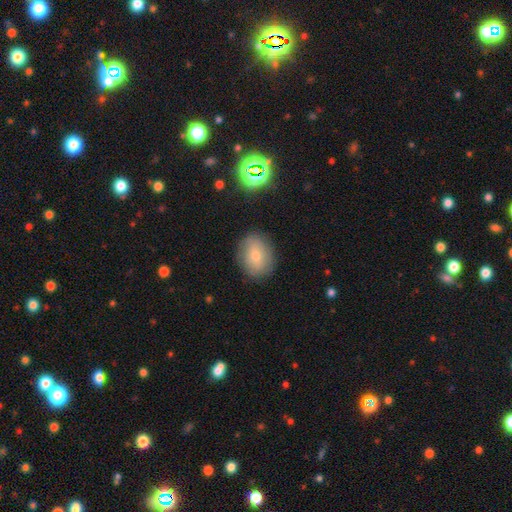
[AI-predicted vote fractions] Smooth or featured?
  - smooth: 62% *
  - featured or disk: 24%
  - star or artifact: 14%
How rounded?
  - in between: 54% *
  - round: 45%
  - cigar-shaped: 1%
Merging?
  - none: 83% *
  - minor disturbance: 12%
  - major disturbance: 4%
  - merger: 1%